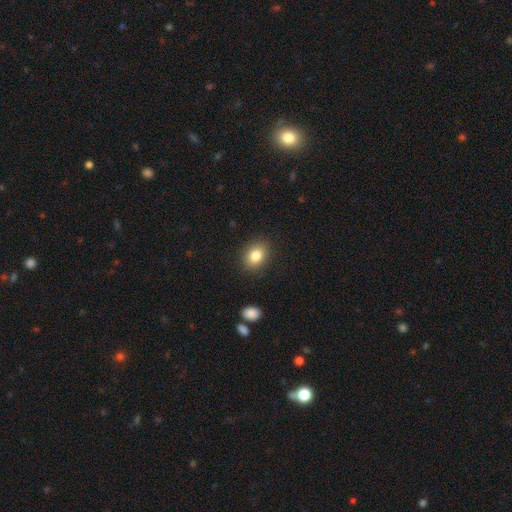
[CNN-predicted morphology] A smooth galaxy with no disk features (83%) that is in between round and cigar-shaped (59%). Merging: none (88%).